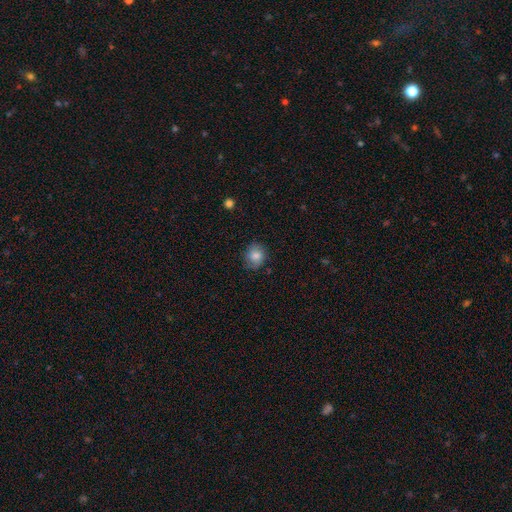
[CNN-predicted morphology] A smooth galaxy with no disk features (80%) that is round (68%). Merging: none (76%).